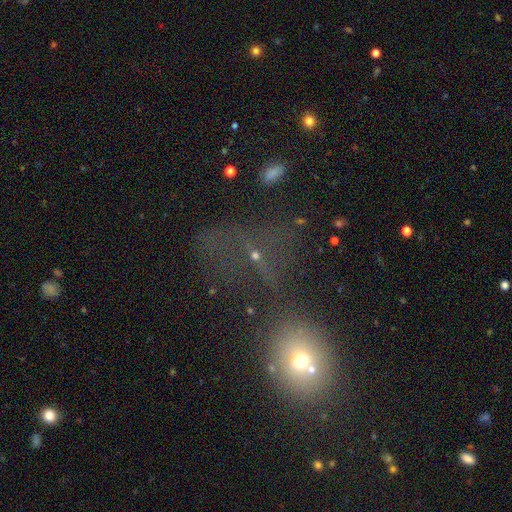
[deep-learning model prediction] smooth-or-featured: star or artifact: 39% | smooth: 34% | featured or disk: 28%